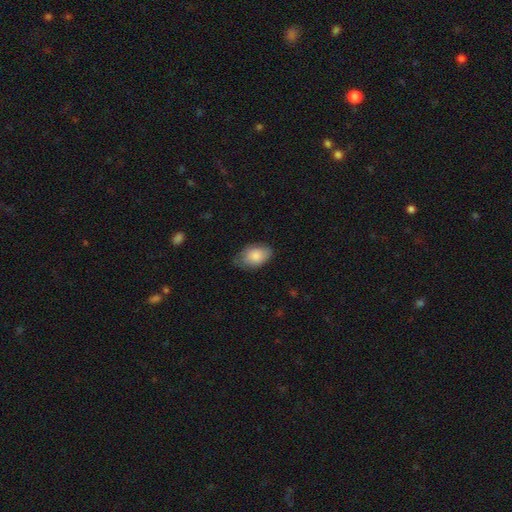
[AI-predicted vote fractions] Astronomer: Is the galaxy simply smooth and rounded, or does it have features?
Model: smooth — 83%.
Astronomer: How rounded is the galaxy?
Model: in between — 90%.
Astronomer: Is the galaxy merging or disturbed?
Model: none — 64%.